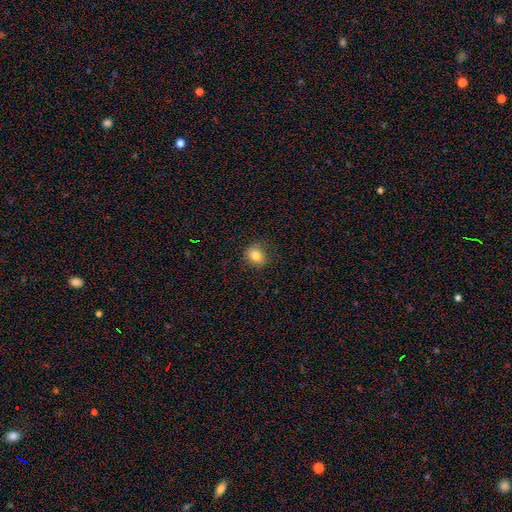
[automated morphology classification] This is clearly a smooth galaxy (82%). How rounded: likely round (66%). Merging: clearly none (81%).